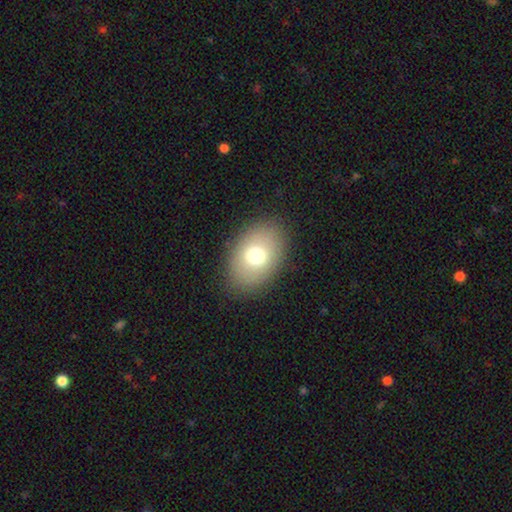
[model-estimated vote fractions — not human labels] The model was most divided on "smooth or featured": smooth: 74%, featured or disk: 16%, star or artifact: 10%. More confident: merging — none (86%); how rounded — in between (81%).